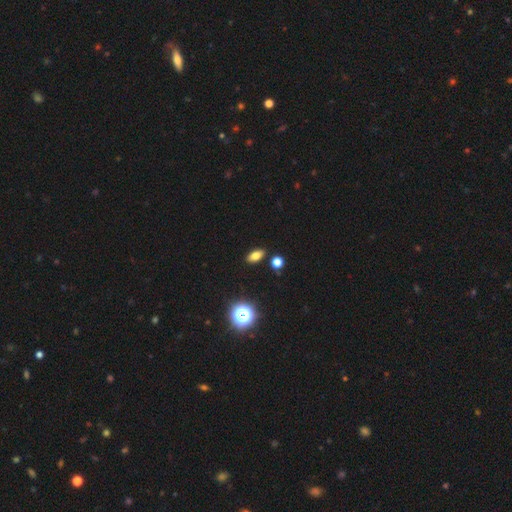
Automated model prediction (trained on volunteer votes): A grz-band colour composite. It shows a smooth galaxy with no disk features (74%) that is in between round and cigar-shaped (81%). Merging: none (88%).